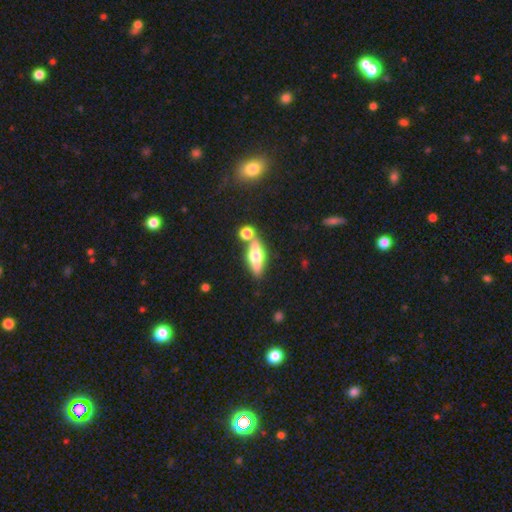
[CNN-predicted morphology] type=featured or disk (57%); edge-on=yes (89%); edge-on bulge=rounded (95%); merging=none (71%).